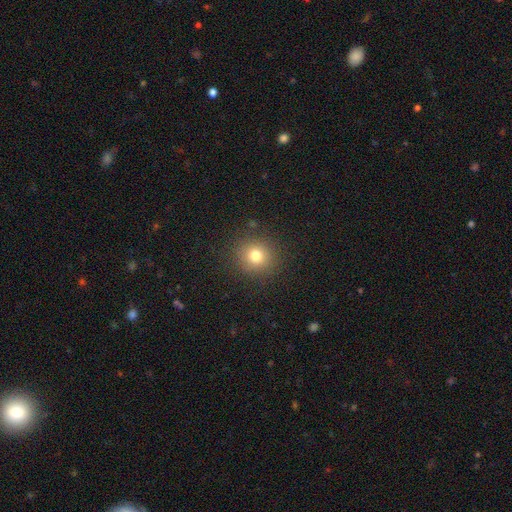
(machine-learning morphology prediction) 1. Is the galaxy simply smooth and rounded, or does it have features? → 76% smooth, 15% star or artifact, 9% featured or disk.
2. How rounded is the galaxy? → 91% round, 8% in between, 1% cigar-shaped.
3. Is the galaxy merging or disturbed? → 88% none, 7% minor disturbance, 3% major disturbance, 1% merger.